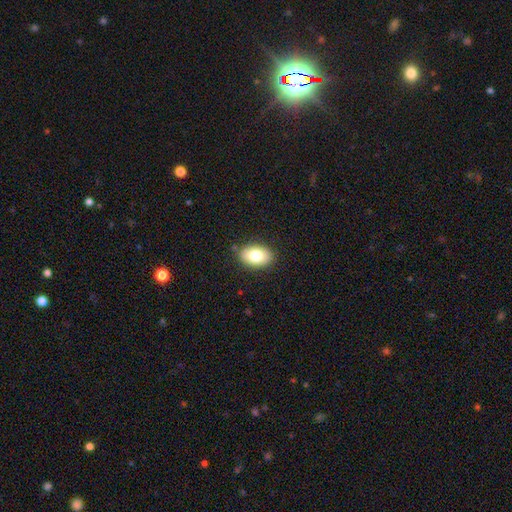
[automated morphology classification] A smooth galaxy with no disk features (79%) that is in between round and cigar-shaped (90%).

Vote fractions:
- Smooth or featured? smooth: 79% / featured or disk: 14% / star or artifact: 7%
- How rounded? in between: 90% / round: 8% / cigar-shaped: 1%
- Merging? none: 86% / minor disturbance: 10% / major disturbance: 2% / merger: 1%